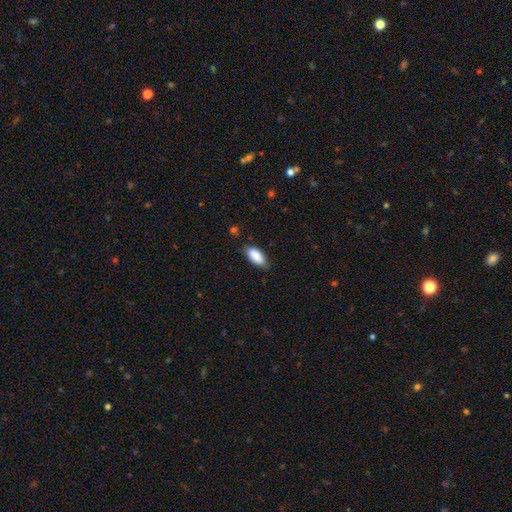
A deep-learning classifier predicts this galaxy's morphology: type=smooth (87%); roundness=in between (87%); merging=none (74%).